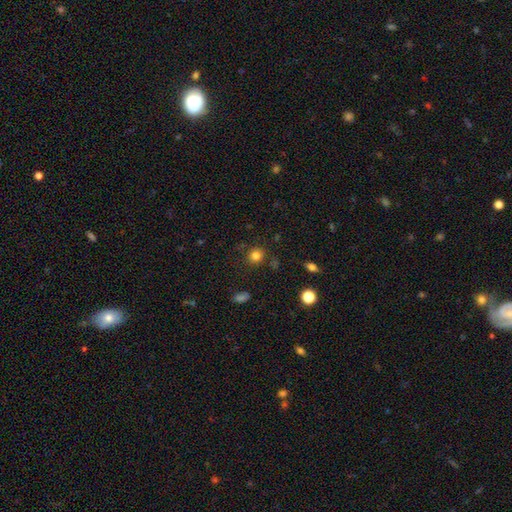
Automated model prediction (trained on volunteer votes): Morphology: type=smooth (81%); roundness=round (84%); merging=none (84%).